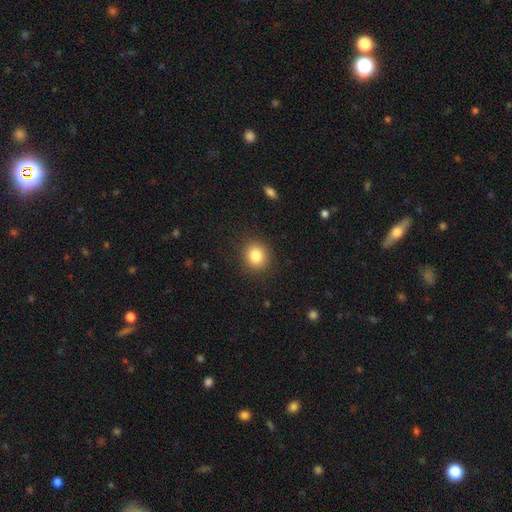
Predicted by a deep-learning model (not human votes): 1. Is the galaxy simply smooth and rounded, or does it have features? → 84% smooth, 10% star or artifact, 6% featured or disk.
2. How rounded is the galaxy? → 81% round, 18% in between, 1% cigar-shaped.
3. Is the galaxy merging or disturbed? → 89% none, 7% minor disturbance, 3% major disturbance, 1% merger.